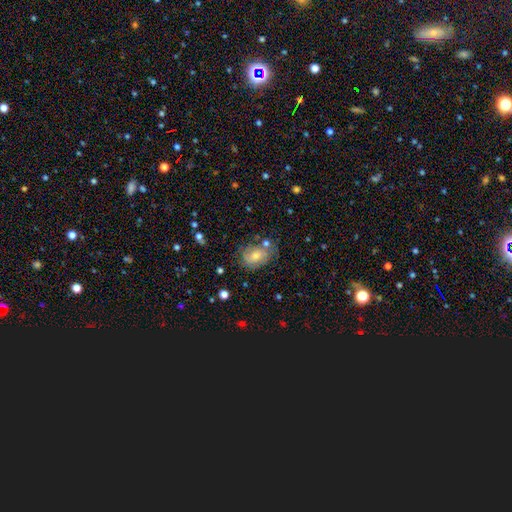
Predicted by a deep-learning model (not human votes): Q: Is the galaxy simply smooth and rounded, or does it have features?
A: featured or disk — 47%.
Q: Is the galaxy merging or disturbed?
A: none — 64%.